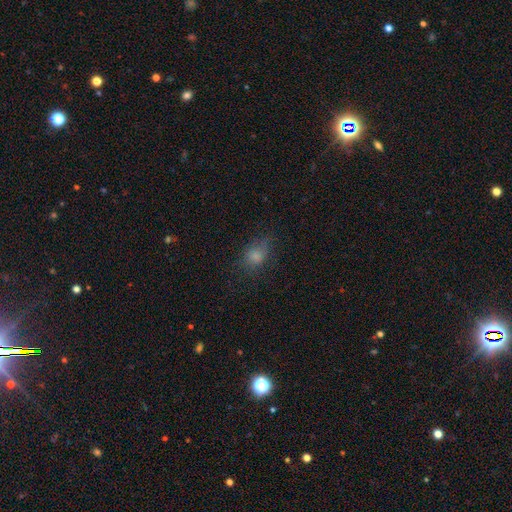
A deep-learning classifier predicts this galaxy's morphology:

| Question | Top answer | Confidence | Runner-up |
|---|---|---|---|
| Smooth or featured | smooth | 73% | star or artifact (15%) |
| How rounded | in between | 62% | round (36%) |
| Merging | none | 61% | minor disturbance (24%) |